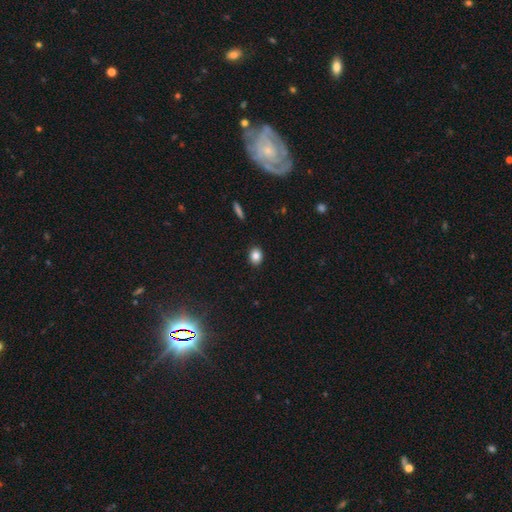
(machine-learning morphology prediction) type=smooth (84%); roundness=round (50%); merging=none (90%).